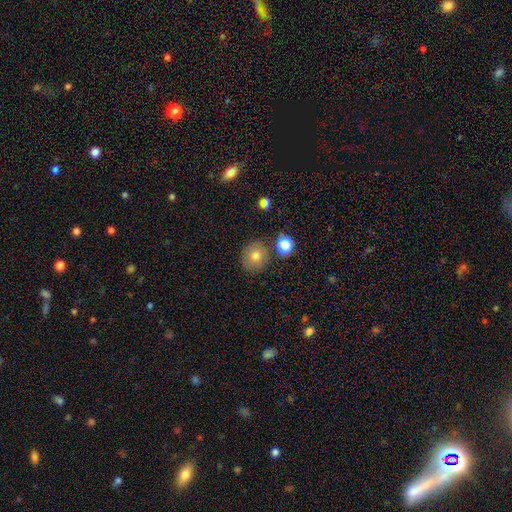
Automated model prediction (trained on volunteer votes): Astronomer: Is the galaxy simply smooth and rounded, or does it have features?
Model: smooth — 77%.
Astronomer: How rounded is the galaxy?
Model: round — 74%.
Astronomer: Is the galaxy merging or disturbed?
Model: none — 77%.